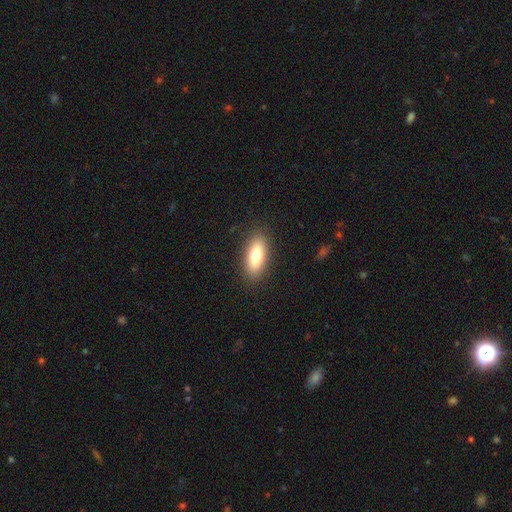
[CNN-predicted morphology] Smooth or featured? smooth (77%)
How rounded? in between (79%)
Merging? none (88%)